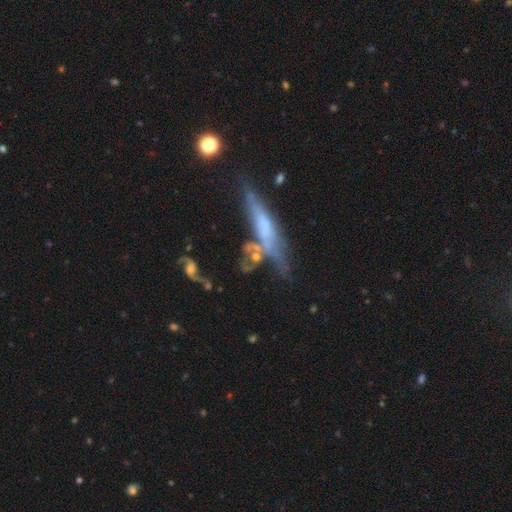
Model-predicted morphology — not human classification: smooth-or-featured: featured or disk: 50% | smooth: 37% | star or artifact: 13%
  disk-edge-on: no: 54% | yes: 46%
  merging: none: 35% | merger: 31% | minor disturbance: 18% | major disturbance: 17%